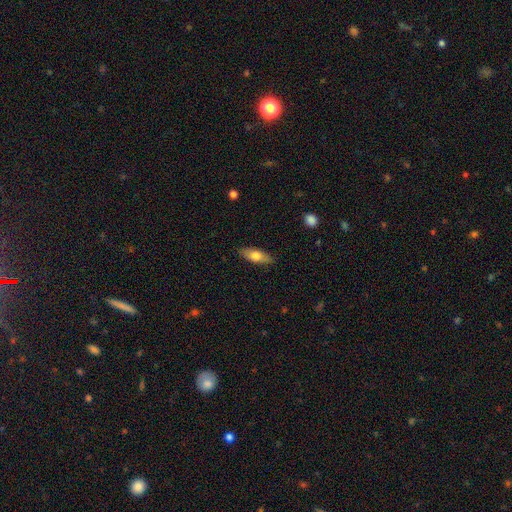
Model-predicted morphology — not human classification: Smooth or featured: smooth — 69% (featured or disk — 24%)
How rounded: in between — 70% (cigar-shaped — 27%)
Merging: none — 85% (minor disturbance — 12%)